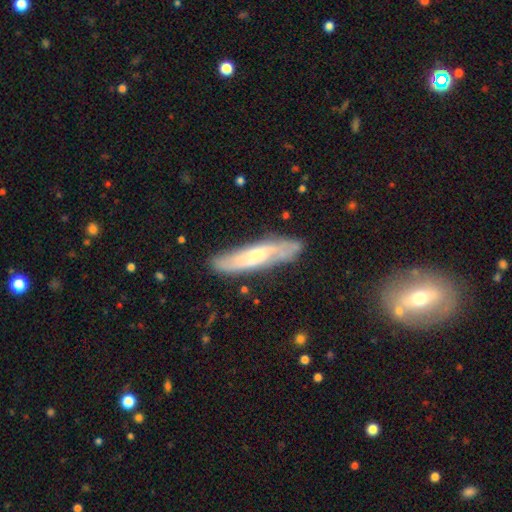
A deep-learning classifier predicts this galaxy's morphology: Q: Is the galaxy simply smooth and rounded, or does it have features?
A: featured or disk — 51%.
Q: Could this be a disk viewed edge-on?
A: no — 54%.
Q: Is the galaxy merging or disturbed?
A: none — 75%.